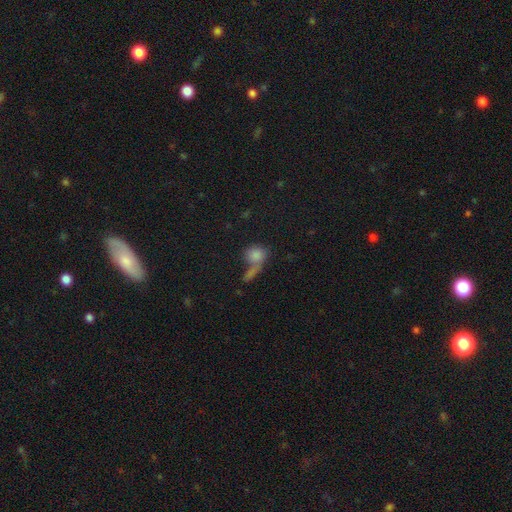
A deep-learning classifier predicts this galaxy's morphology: Smooth or featured? Predicted: smooth (p=0.79). How rounded? Predicted: round (p=0.67). Merging? Predicted: merger (p=0.41).